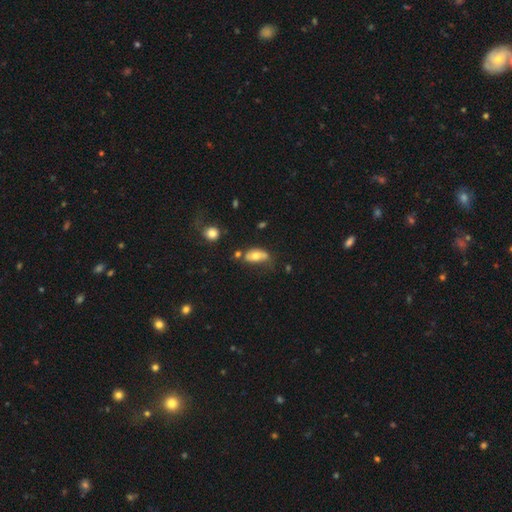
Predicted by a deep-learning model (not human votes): Smooth or featured: smooth — 64% (featured or disk — 28%)
How rounded: in between — 88% (cigar-shaped — 7%)
Merging: none — 42% (minor disturbance — 32%)